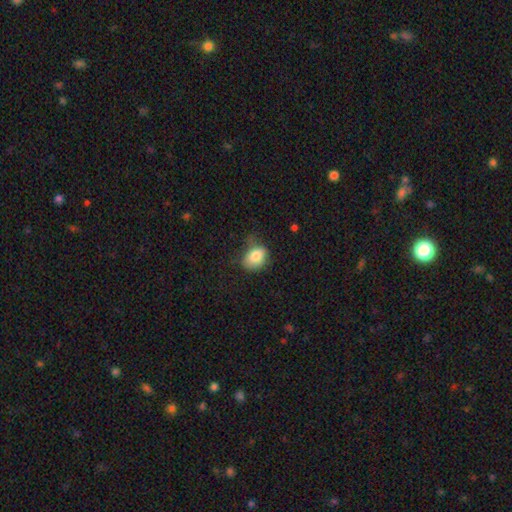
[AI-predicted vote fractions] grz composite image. It shows a smooth galaxy with no disk features (81%) that is in between round and cigar-shaped (65%). Merging: none (47%).